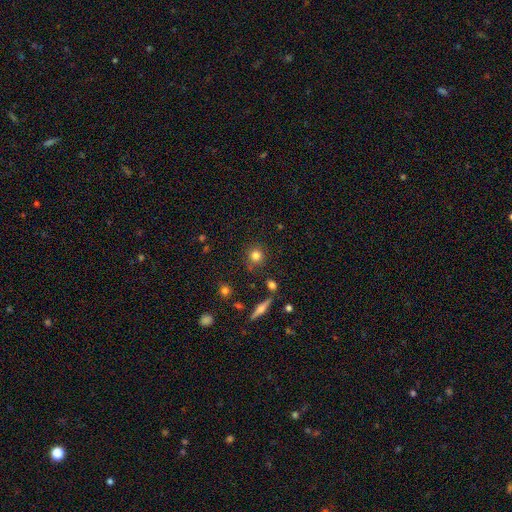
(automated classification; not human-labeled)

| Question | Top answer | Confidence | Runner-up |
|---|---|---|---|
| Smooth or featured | smooth | 79% | star or artifact (12%) |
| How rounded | round | 90% | in between (8%) |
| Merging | none | 82% | minor disturbance (10%) |